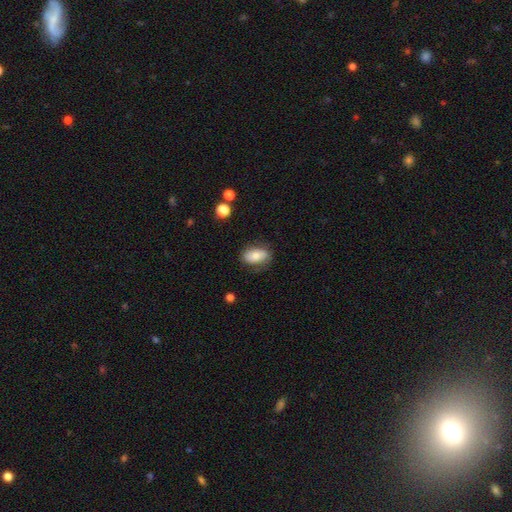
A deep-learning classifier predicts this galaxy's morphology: Smooth or featured? Predicted: smooth (p=0.71). How rounded? Predicted: in between (p=0.90). Merging? Predicted: none (p=0.74).